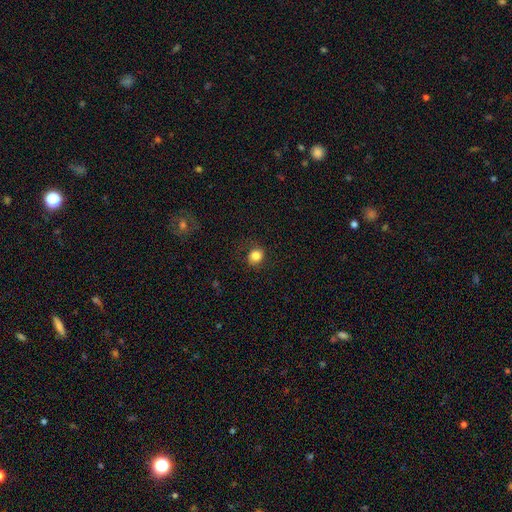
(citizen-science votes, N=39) smooth-or-featured: smooth: 85% | star or artifact: 13% | featured or disk: 3%
  how-rounded: round: 76% | in between: 21% | cigar-shaped: 3%
  merging: none: 76% | minor disturbance: 15% | major disturbance: 6% | merger: 3%